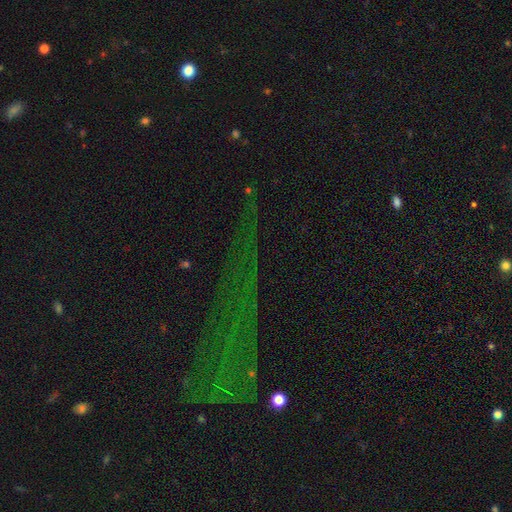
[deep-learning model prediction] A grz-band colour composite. It shows a star or artifact, not a galaxy (74%).